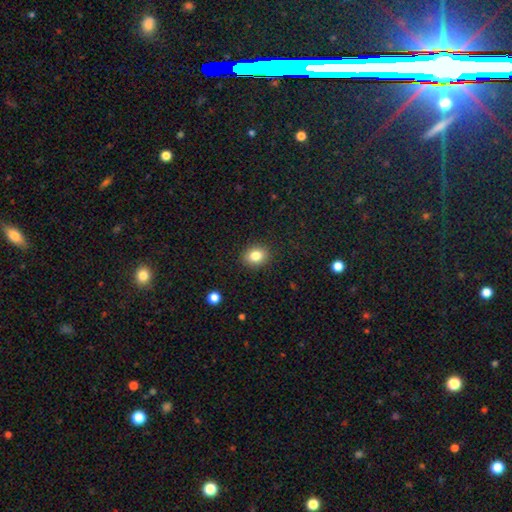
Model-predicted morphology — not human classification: Smooth or featured? Predicted: smooth (p=0.83). How rounded? Predicted: round (p=0.54). Merging? Predicted: none (p=0.89).